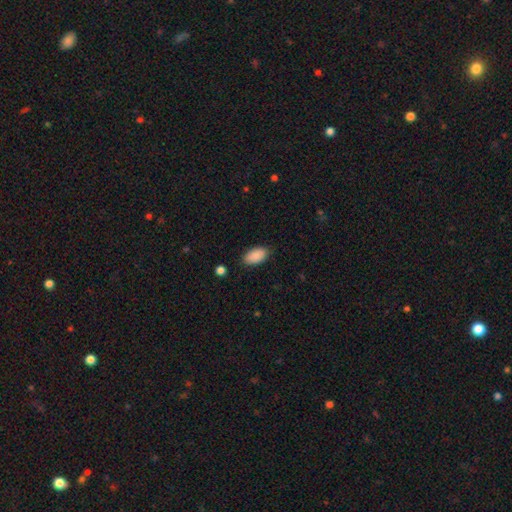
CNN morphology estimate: Smooth or featured: smooth — 90% (star or artifact — 7%)
How rounded: in between — 95% (round — 3%)
Merging: none — 85% (minor disturbance — 11%)